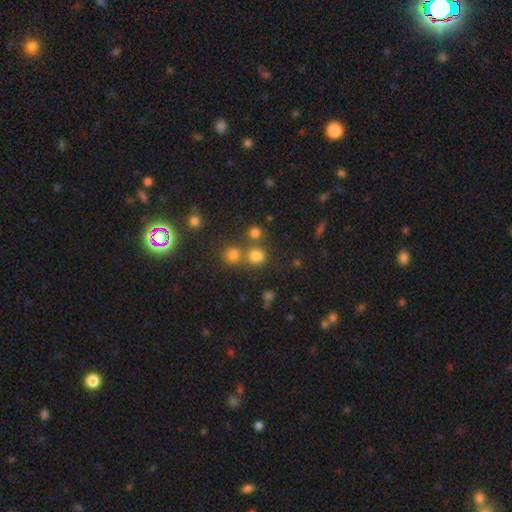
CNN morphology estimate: Smooth or featured? Predicted: smooth (p=0.75). How rounded? Predicted: round (p=0.84). Merging? Predicted: none (p=0.61).